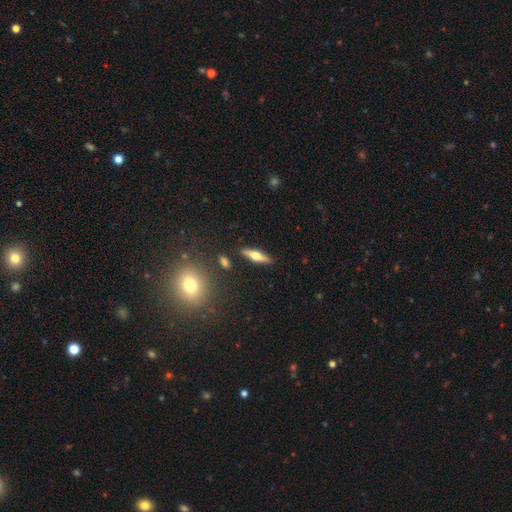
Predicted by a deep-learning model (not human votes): This is possibly a featured or disk galaxy (49%). Merging: clearly none (87%).